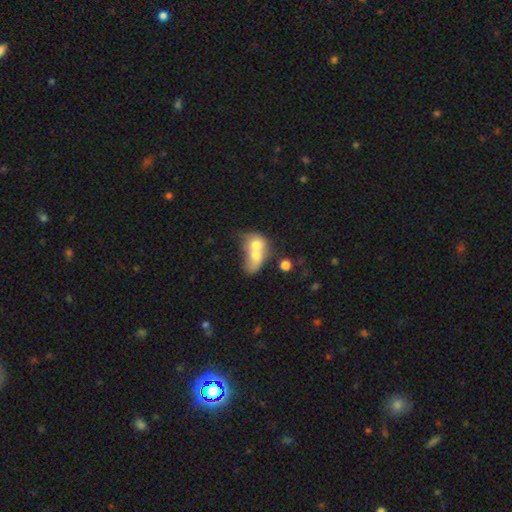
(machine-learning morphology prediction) Smooth or featured?
  - smooth: 64% *
  - featured or disk: 28%
  - star or artifact: 8%
How rounded?
  - in between: 64% *
  - round: 33%
  - cigar-shaped: 3%
Merging?
  - merger: 79% *
  - none: 10%
  - minor disturbance: 6%
  - major disturbance: 5%